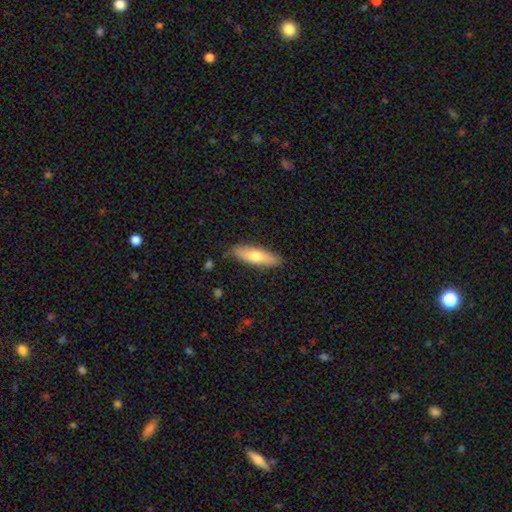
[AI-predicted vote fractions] Smooth or featured? smooth (66%)
How rounded? cigar-shaped (57%)
Merging? none (85%)